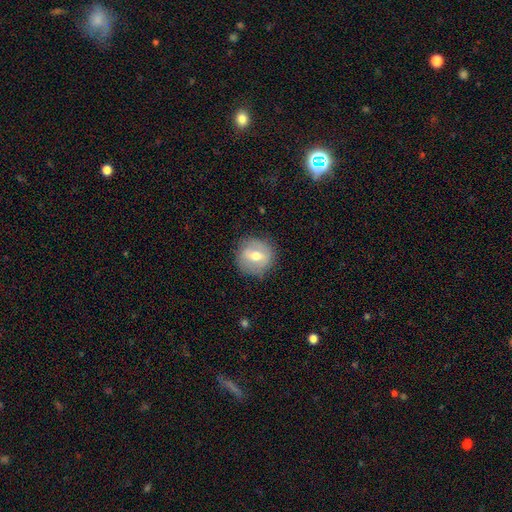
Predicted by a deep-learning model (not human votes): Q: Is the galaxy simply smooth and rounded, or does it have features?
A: smooth — 50%.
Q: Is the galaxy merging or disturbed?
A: none — 85%.